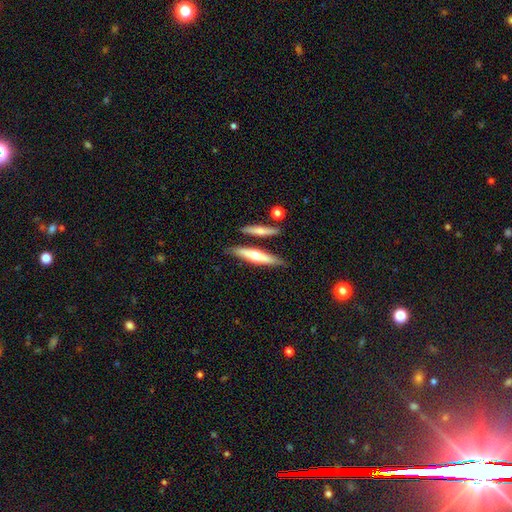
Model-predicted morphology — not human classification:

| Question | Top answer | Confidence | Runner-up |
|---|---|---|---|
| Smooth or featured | featured or disk | 49% | smooth (46%) |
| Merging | none | 77% | minor disturbance (11%) |